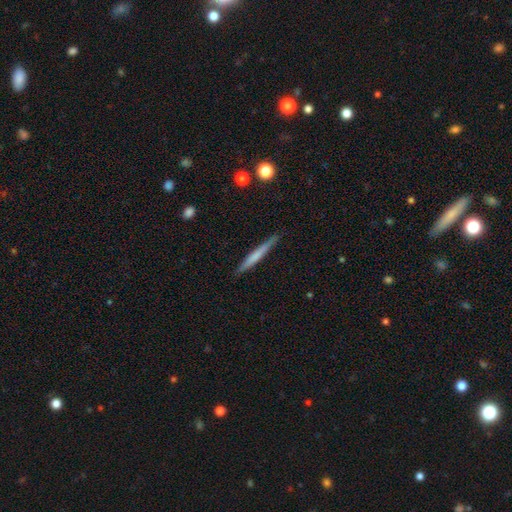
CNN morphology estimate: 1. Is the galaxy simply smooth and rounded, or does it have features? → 57% smooth, 38% featured or disk, 5% star or artifact.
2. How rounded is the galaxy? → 96% cigar-shaped, 2% in between, 1% round.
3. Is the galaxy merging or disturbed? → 88% none, 9% minor disturbance, 2% major disturbance, 1% merger.